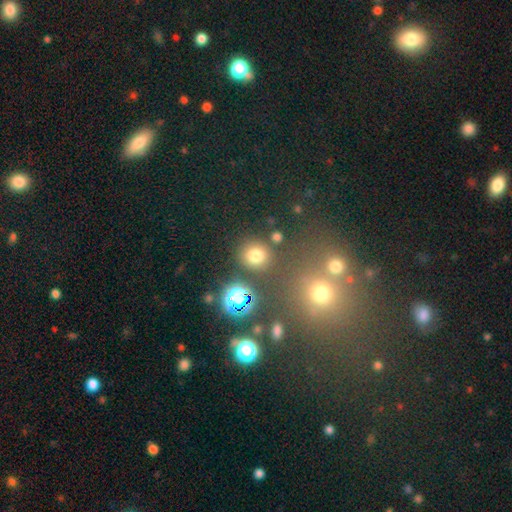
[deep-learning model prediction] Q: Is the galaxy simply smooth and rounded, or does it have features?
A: smooth — 70%.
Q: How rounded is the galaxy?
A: round — 88%.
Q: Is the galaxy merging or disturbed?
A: none — 82%.